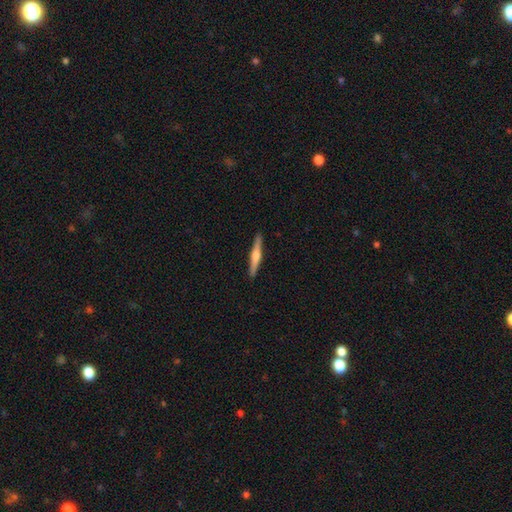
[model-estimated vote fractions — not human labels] This appears to be a featured or disk galaxy (62%) viewed edge-on (98%) with a rounded central bulge (84%). Merging: none (92%).